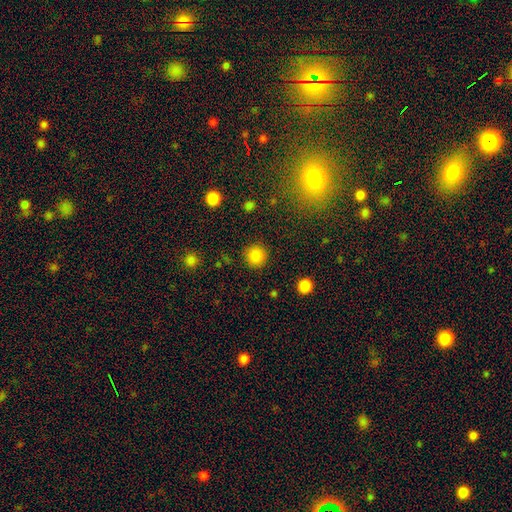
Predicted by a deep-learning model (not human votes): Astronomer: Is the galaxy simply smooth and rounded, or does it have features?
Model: smooth — 84%.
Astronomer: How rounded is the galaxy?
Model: round — 94%.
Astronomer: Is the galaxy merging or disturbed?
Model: none — 91%.